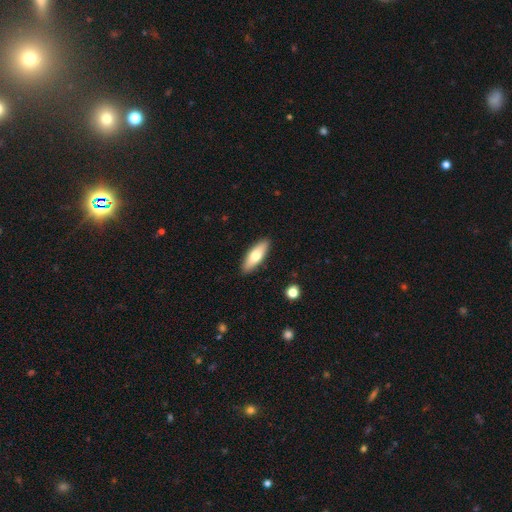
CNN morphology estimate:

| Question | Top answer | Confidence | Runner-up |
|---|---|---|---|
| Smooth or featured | smooth | 68% | featured or disk (27%) |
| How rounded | in between | 57% | cigar-shaped (41%) |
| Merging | none | 89% | minor disturbance (8%) |